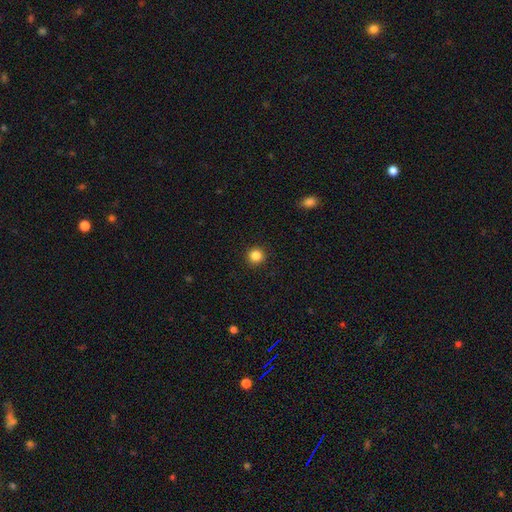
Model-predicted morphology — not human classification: Smooth or featured? Predicted: smooth (p=0.85). How rounded? Predicted: round (p=0.95). Merging? Predicted: none (p=0.93).